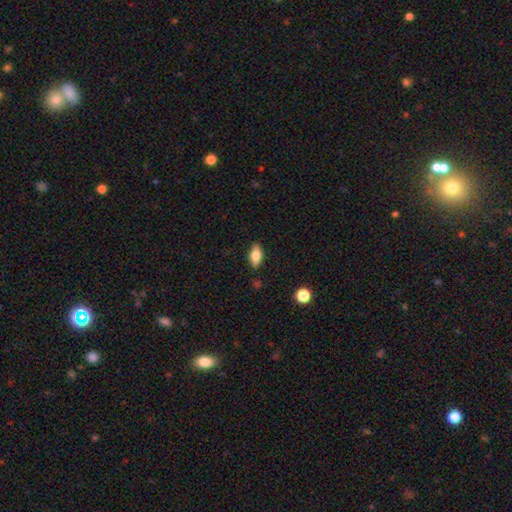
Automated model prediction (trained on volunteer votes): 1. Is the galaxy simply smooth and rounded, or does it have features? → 73% smooth, 19% featured or disk, 8% star or artifact.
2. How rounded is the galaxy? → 83% in between, 13% cigar-shaped, 4% round.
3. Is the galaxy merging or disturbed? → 85% none, 11% minor disturbance, 2% major disturbance, 2% merger.